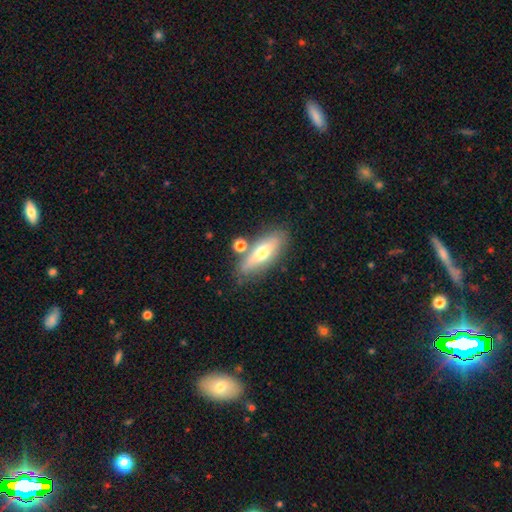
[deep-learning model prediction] Smooth or featured? smooth (59%)
How rounded? in between (61%)
Merging? none (71%)